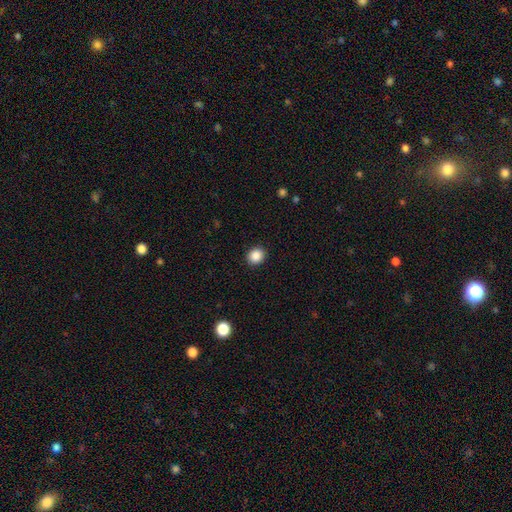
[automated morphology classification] Smooth or featured? Predicted: smooth (p=0.88). How rounded? Predicted: round (p=0.77). Merging? Predicted: none (p=0.91).